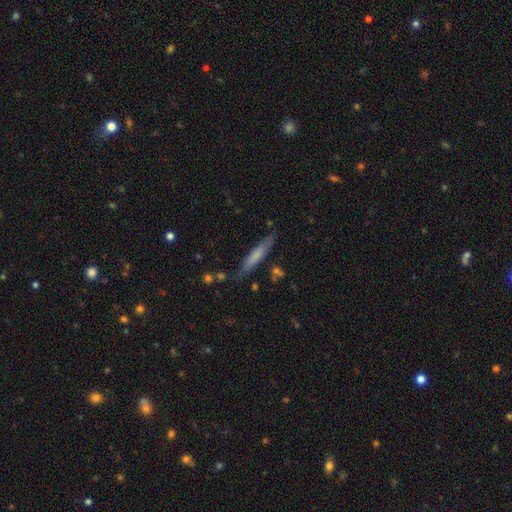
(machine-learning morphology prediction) The model was most divided on "smooth or featured": smooth: 62%, featured or disk: 31%, star or artifact: 6%. More confident: how rounded — cigar-shaped (91%); merging — none (79%).